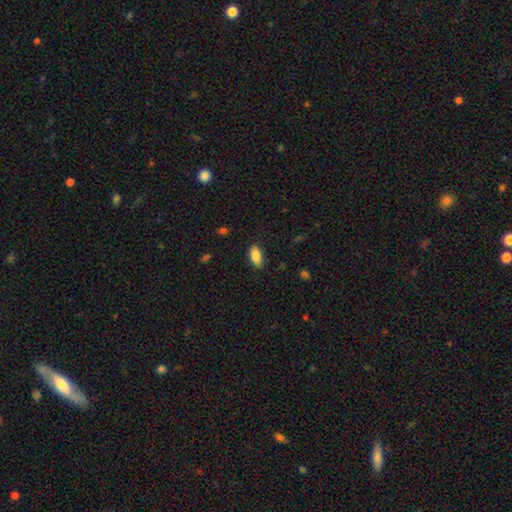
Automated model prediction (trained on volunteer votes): This appears to be a smooth galaxy with no disk features (85%) that is in between round and cigar-shaped (91%). Merging: none (79%).